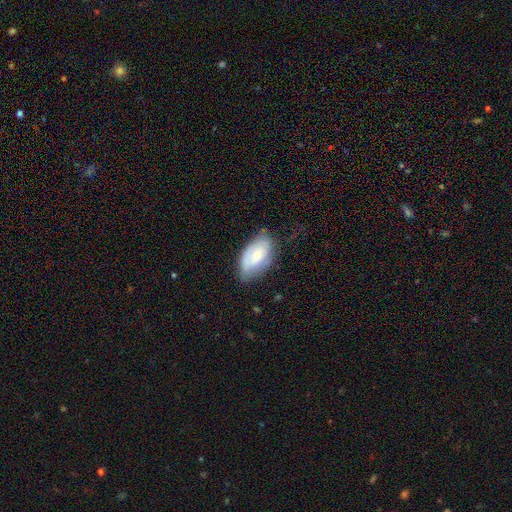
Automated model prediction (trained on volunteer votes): smooth-or-featured: smooth: 58% | featured or disk: 35% | star or artifact: 7%
  how-rounded: in between: 93% | round: 5% | cigar-shaped: 2%
  merging: none: 58% | minor disturbance: 32% | major disturbance: 8% | merger: 2%